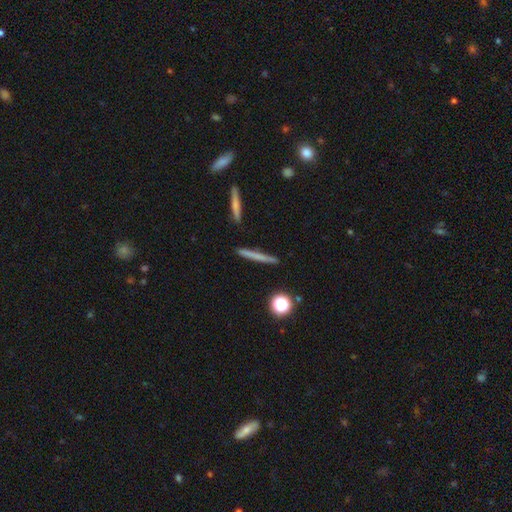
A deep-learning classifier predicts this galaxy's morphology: Smooth or featured? Predicted: smooth (p=0.58). How rounded? Predicted: cigar-shaped (p=0.93). Merging? Predicted: none (p=0.89).